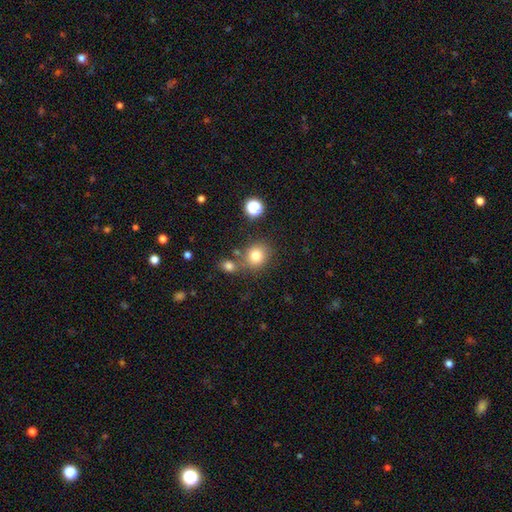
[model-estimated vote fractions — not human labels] Morphology: type=smooth (79%); roundness=round (80%); merging=none (68%).